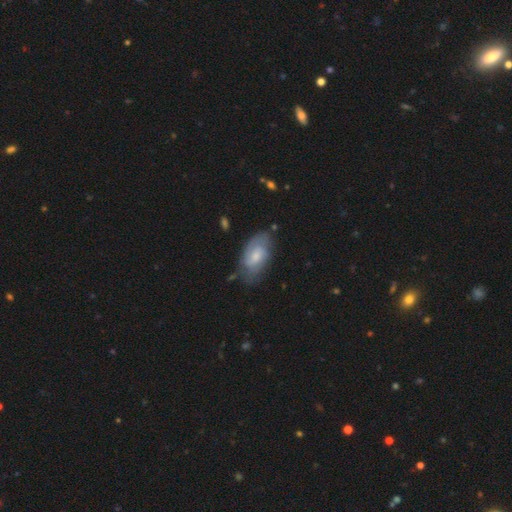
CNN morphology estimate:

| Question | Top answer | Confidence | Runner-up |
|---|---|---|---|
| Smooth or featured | featured or disk | 50% | smooth (43%) |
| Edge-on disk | no | 94% | yes (6%) |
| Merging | none | 66% | minor disturbance (25%) |